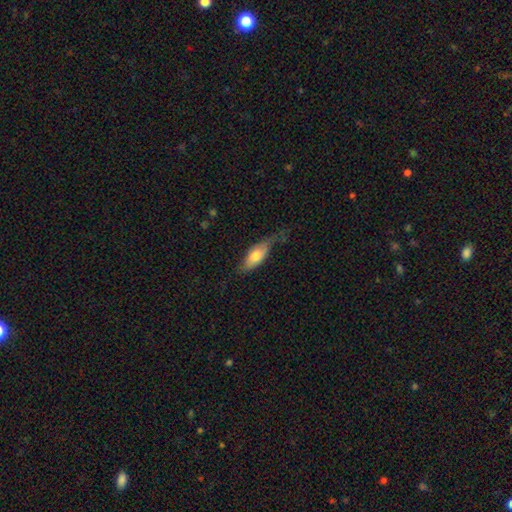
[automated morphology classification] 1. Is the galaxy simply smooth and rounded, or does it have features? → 67% smooth, 27% featured or disk, 6% star or artifact.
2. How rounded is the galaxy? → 74% in between, 23% cigar-shaped, 3% round.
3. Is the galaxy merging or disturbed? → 44% none, 36% minor disturbance, 18% major disturbance, 2% merger.